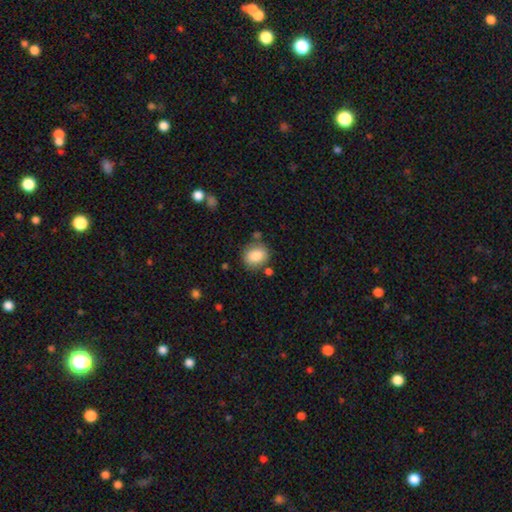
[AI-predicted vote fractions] Q: Smooth or featured?
A: smooth (83%); runner-up: star or artifact (8%)
Q: How rounded?
A: round (66%); runner-up: in between (33%)
Q: Merging?
A: none (76%); runner-up: minor disturbance (14%)